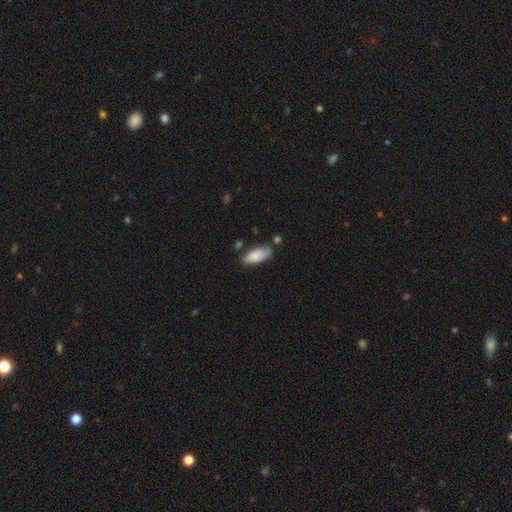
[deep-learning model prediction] Overall: smooth (81%). How rounded: in between (88%). Merging: none (66%).